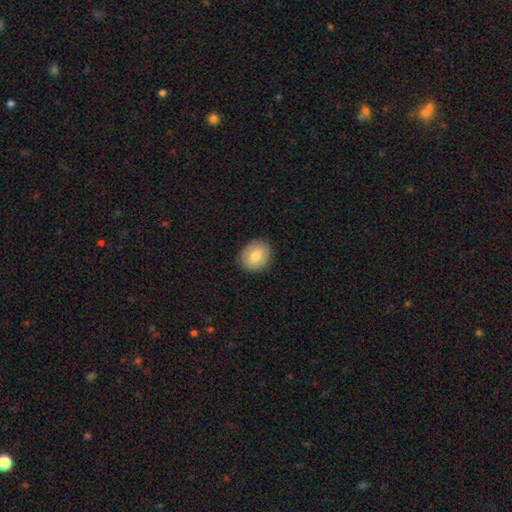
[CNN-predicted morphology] This is likely a smooth galaxy (75%). How rounded: likely round (61%). Merging: clearly none (89%).